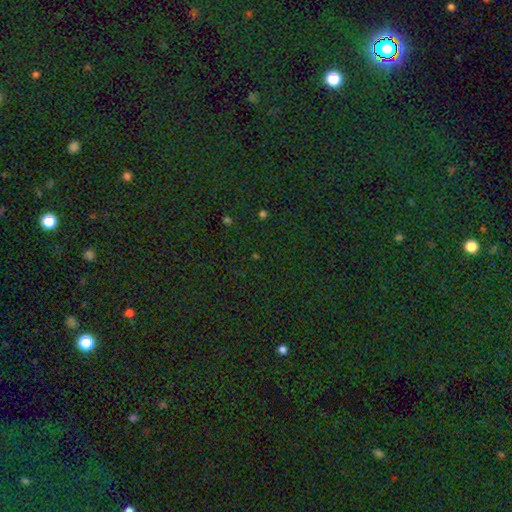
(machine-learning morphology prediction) smooth-or-featured: star or artifact: 78% | smooth: 15% | featured or disk: 7%